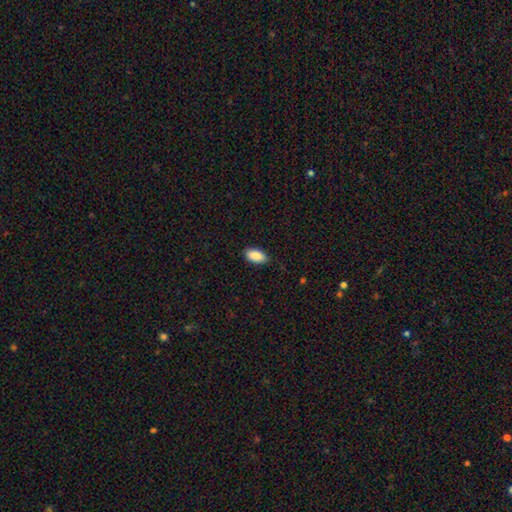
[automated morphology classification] type=smooth (90%); roundness=in between (94%); merging=none (86%).